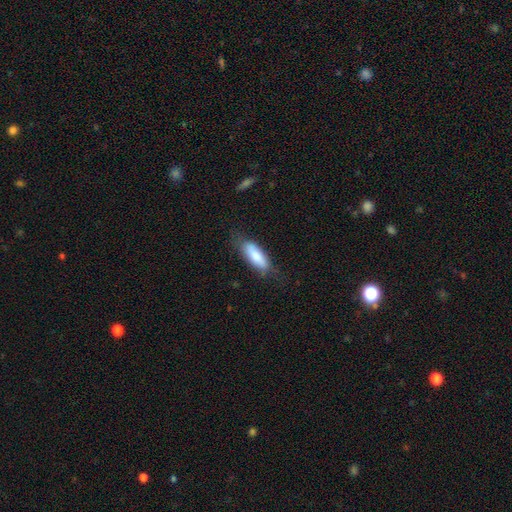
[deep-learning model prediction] Smooth or featured: smooth — 80% (featured or disk — 15%)
How rounded: in between — 63% (cigar-shaped — 35%)
Merging: none — 67% (minor disturbance — 24%)